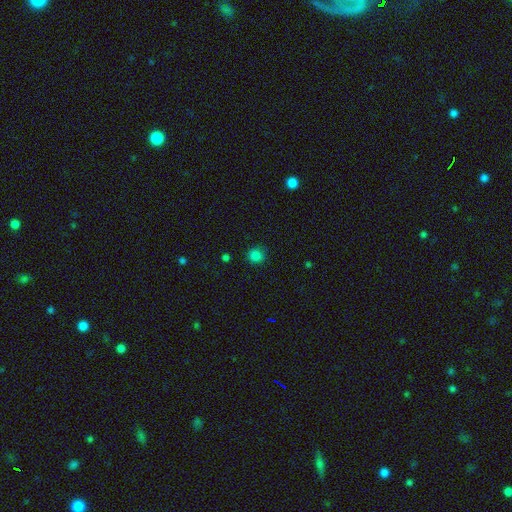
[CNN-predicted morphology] smooth 82%, star or artifact 15%, featured or disk 3%. Down the decision tree: how rounded — round (87%); merging — none (86%).